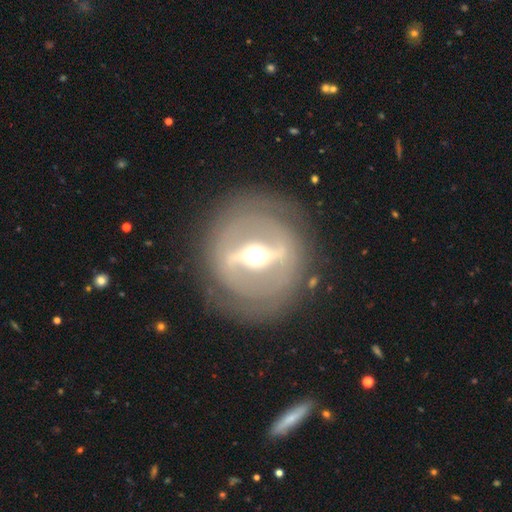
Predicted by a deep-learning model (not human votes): Morphology: type=featured or disk (83%); edge-on=no (80%); bar=strong (81%); spiral arms=no (58%); bulge=moderate (71%); merging=none (84%).